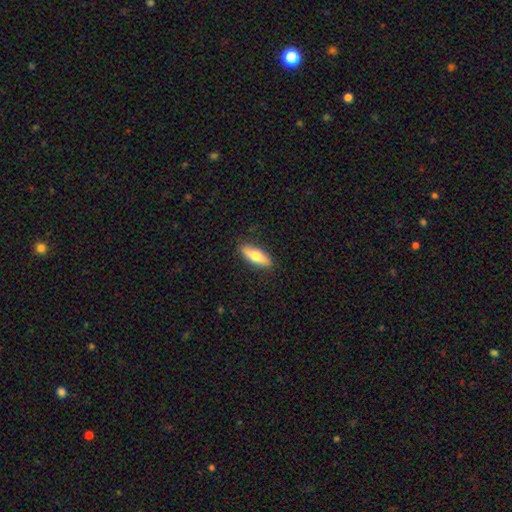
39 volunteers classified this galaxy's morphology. Q: Smooth or featured?
A: smooth (59%); runner-up: featured or disk (36%)
Q: How rounded?
A: in between (87%); runner-up: cigar-shaped (13%)
Q: Merging?
A: none (81%); runner-up: minor disturbance (11%)